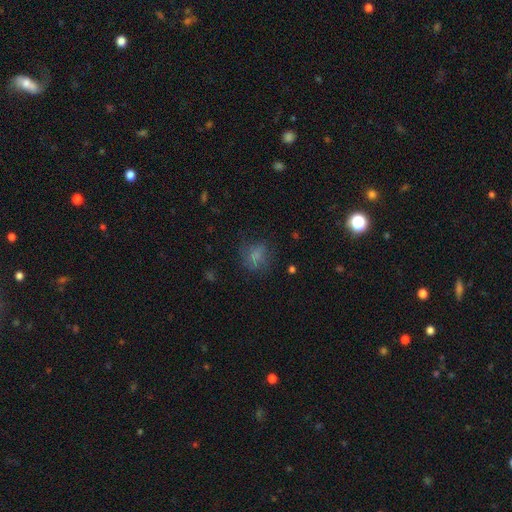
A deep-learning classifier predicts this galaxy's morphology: Smooth or featured?
  - smooth: 68% *
  - featured or disk: 16%
  - star or artifact: 15%
How rounded?
  - round: 60% *
  - in between: 38%
  - cigar-shaped: 1%
Merging?
  - none: 61% *
  - minor disturbance: 21%
  - major disturbance: 16%
  - merger: 2%